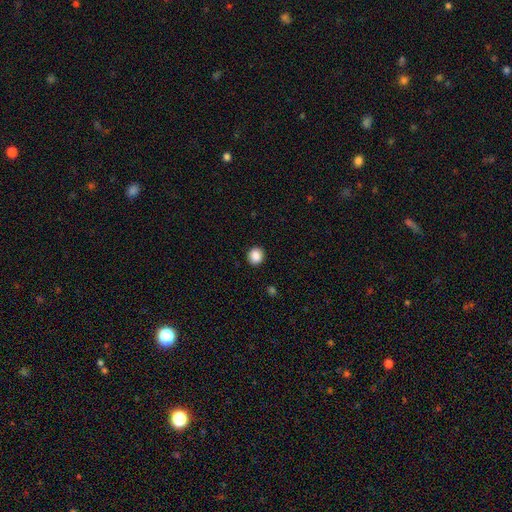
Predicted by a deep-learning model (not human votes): Morphology: type=smooth (88%); roundness=round (85%); merging=none (92%).